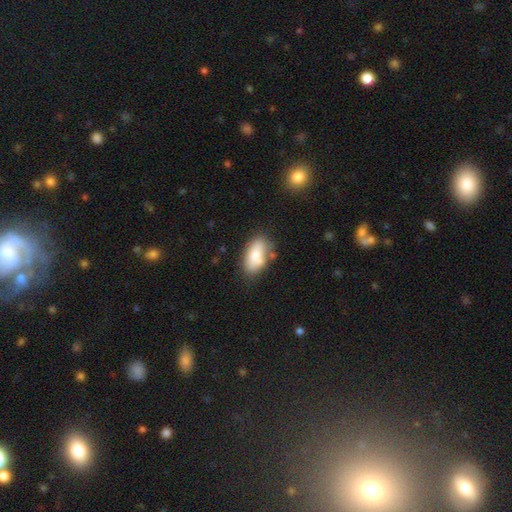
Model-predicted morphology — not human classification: A smooth galaxy with no disk features (78%) that is in between round and cigar-shaped (91%). Merging: none (67%).